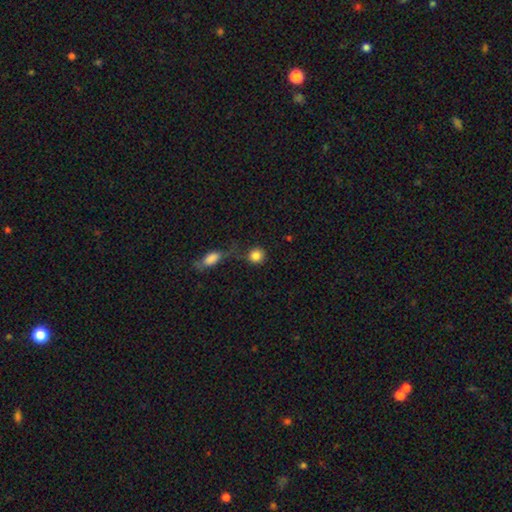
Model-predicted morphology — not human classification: Smooth or featured? smooth (85%)
How rounded? round (89%)
Merging? none (67%)